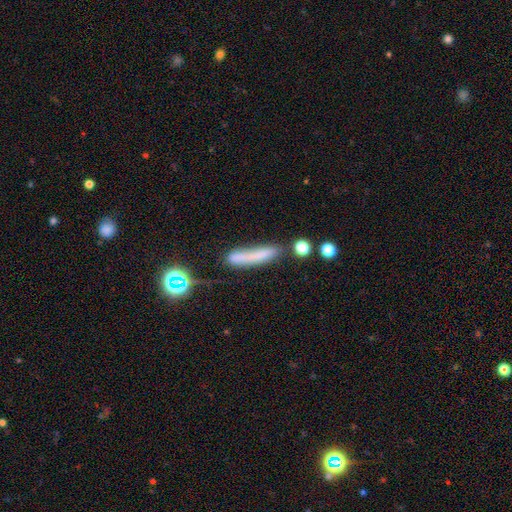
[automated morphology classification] type=smooth (65%); roundness=cigar-shaped (88%); merging=none (54%).